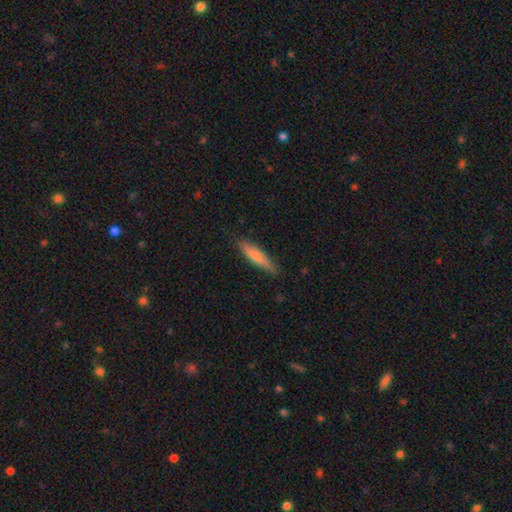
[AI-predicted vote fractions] Smooth or featured?
  - smooth: 76% *
  - featured or disk: 19%
  - star or artifact: 6%
How rounded?
  - cigar-shaped: 82% *
  - in between: 16%
  - round: 1%
Merging?
  - none: 81% *
  - minor disturbance: 16%
  - major disturbance: 3%
  - merger: 1%